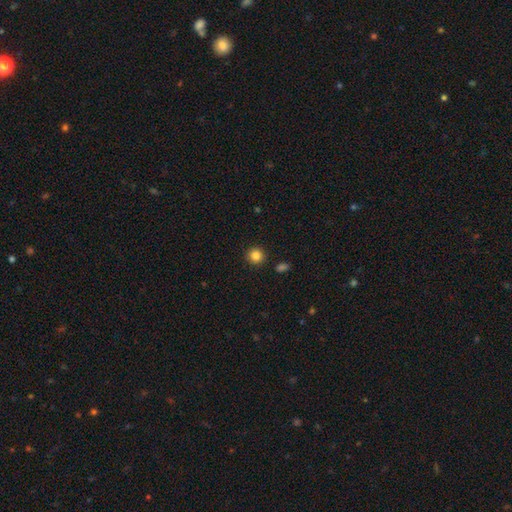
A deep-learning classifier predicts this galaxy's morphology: A smooth galaxy with no disk features (85%) that is round (93%).

Vote fractions:
- Smooth or featured? smooth: 85% / star or artifact: 11% / featured or disk: 4%
- How rounded? round: 93% / in between: 6% / cigar-shaped: 1%
- Merging? none: 91% / minor disturbance: 5% / merger: 2% / major disturbance: 2%